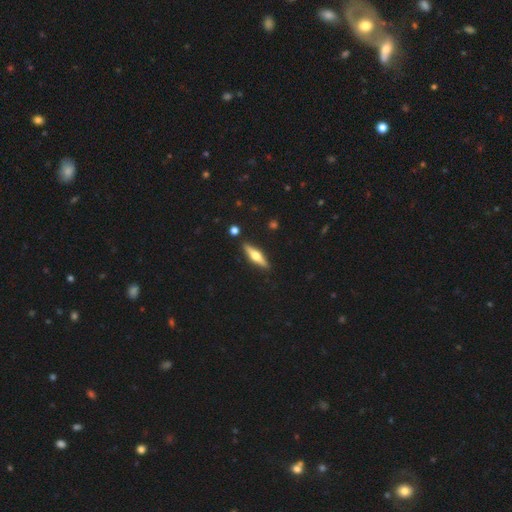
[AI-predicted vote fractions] The model was most divided on "smooth or featured": featured or disk: 62%, smooth: 32%, star or artifact: 6%. More confident: edge-on disk — yes (95%); edge-on bulge — rounded (94%); merging — none (89%).